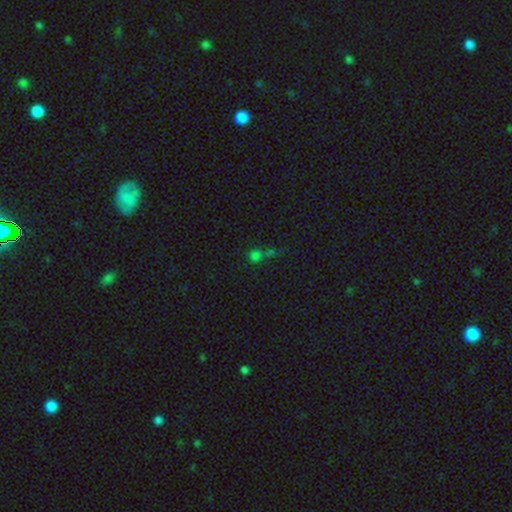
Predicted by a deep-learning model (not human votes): This appears to be a smooth galaxy with no disk features (50%) that is round (79%). Merging: none (42%).